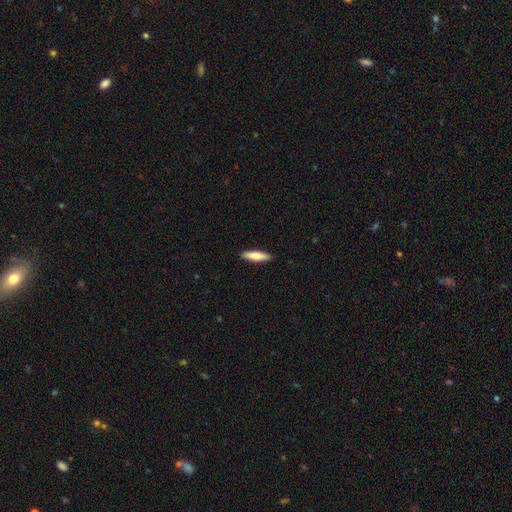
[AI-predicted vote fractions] Morphology: type=smooth (77%); roundness=cigar-shaped (71%); merging=none (90%).